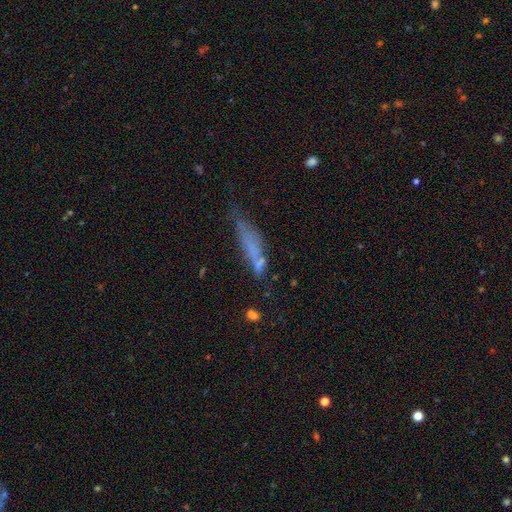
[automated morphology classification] Smooth or featured?
  - smooth: 53% *
  - featured or disk: 33%
  - star or artifact: 15%
How rounded?
  - cigar-shaped: 68% *
  - in between: 29%
  - round: 3%
Merging?
  - none: 39% *
  - minor disturbance: 26%
  - major disturbance: 22%
  - merger: 14%